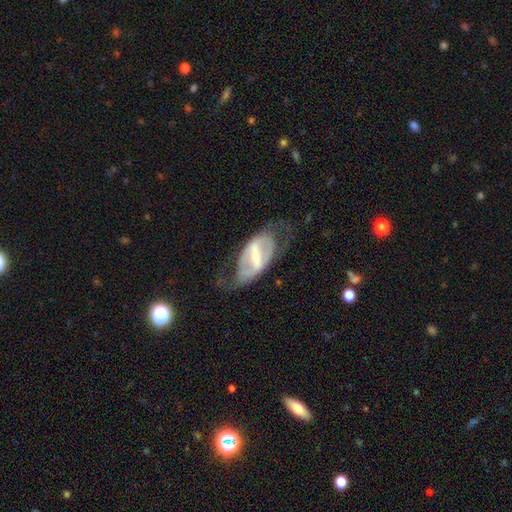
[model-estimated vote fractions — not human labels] Smooth or featured? featured or disk (75%)
Edge-on disk? no (89%)
Bar? strong (76%)
Spiral arms? yes (51%)
Bulge size? small (36%)
Merging? none (53%)